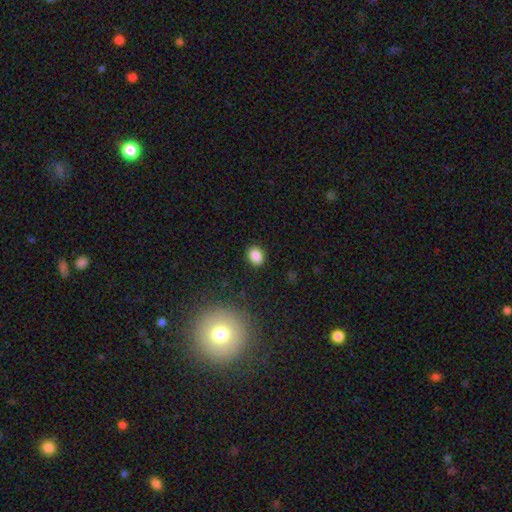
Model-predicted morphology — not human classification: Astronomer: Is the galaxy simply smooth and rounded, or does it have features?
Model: smooth — 86%.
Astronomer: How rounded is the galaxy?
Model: in between — 62%.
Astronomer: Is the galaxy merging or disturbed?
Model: none — 88%.